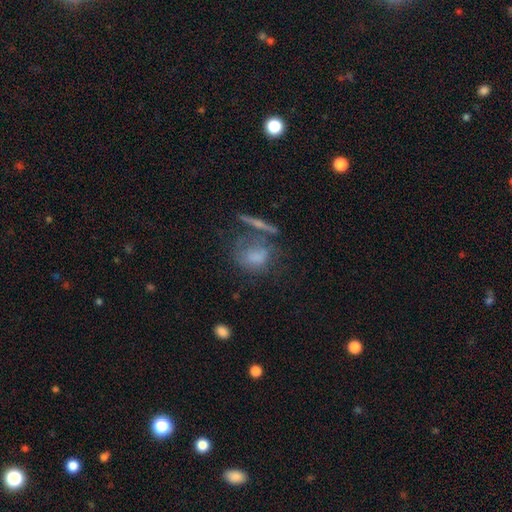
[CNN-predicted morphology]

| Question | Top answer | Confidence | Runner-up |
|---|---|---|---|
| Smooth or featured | smooth | 59% | featured or disk (27%) |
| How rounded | round | 49% | in between (45%) |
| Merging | none | 46% | minor disturbance (20%) |